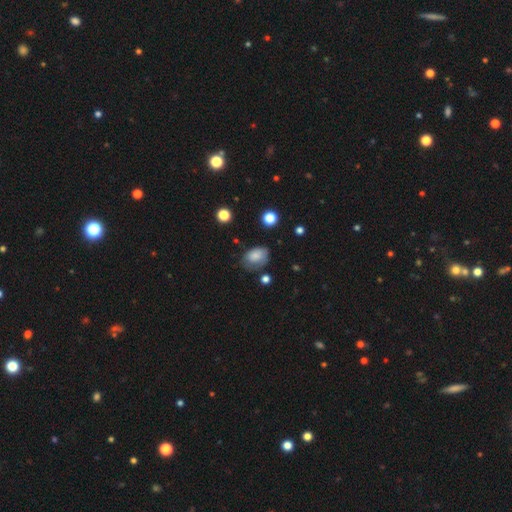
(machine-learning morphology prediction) Overall: smooth (75%). How rounded: in between (78%). Merging: none (53%; minor disturbance 32%).